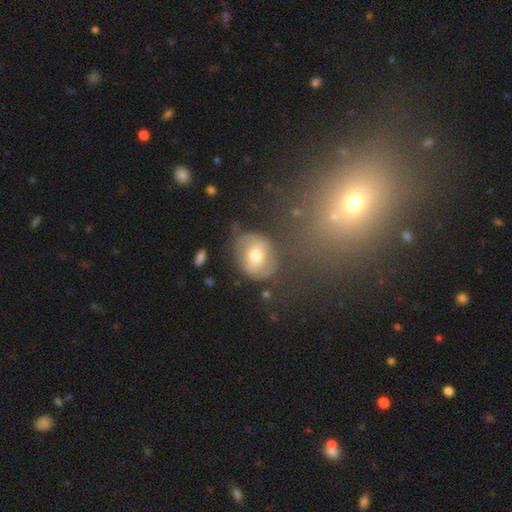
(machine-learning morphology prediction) This is possibly a smooth galaxy (53%). How rounded: possibly round (59%). Merging: likely none (63%).